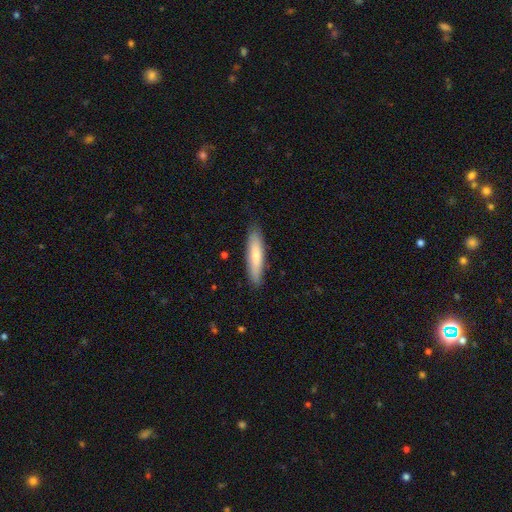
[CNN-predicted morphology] This is likely a smooth galaxy (72%). How rounded: likely cigar-shaped (77%). Merging: clearly none (87%).